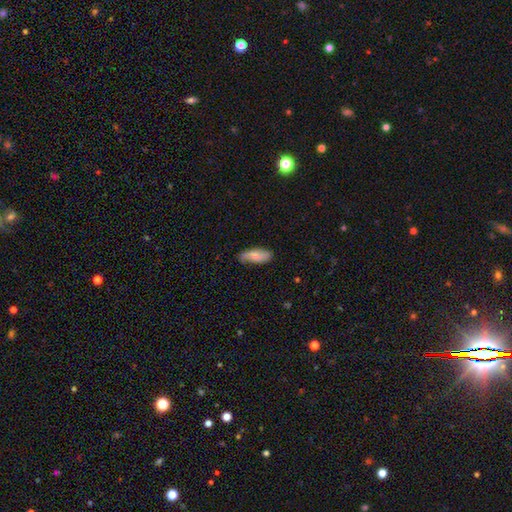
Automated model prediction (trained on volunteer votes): Smooth or featured? smooth (80%)
How rounded? in between (79%)
Merging? none (65%)